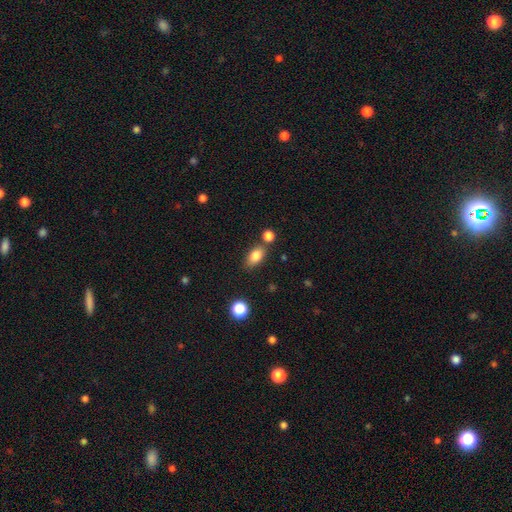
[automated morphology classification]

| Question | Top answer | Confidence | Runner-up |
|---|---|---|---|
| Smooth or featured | smooth | 82% | star or artifact (9%) |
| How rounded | in between | 85% | round (10%) |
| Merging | none | 73% | minor disturbance (13%) |